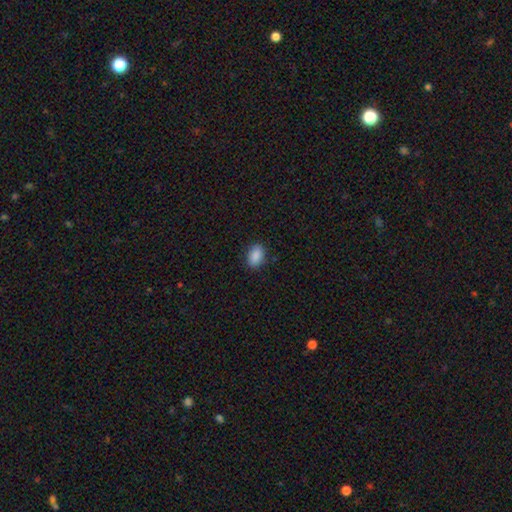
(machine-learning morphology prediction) smooth_or_featured: smooth (p=0.88) [alt: star or artifact p=0.08]
how_rounded: in between (p=0.86) [alt: round p=0.12]
merging: none (p=0.85) [alt: minor disturbance p=0.11]